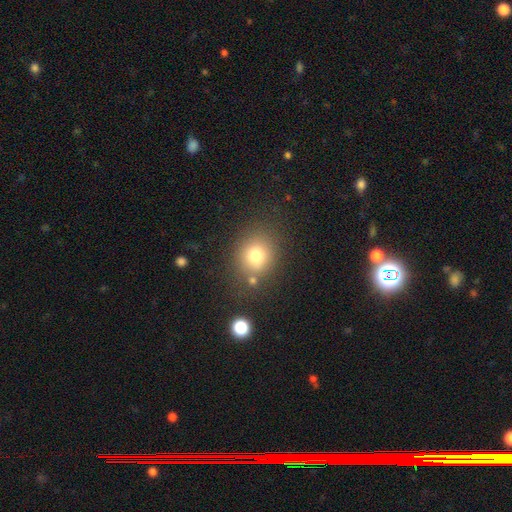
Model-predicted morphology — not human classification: This is likely a smooth galaxy (77%). How rounded: likely round (70%). Merging: likely none (74%).